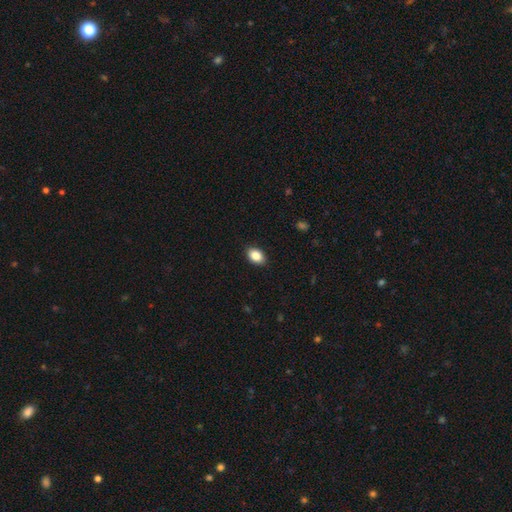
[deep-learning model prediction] The model was most divided on "how rounded": in between: 83%, round: 16%, cigar-shaped: 1%. More confident: merging — none (89%); smooth or featured — smooth (87%).